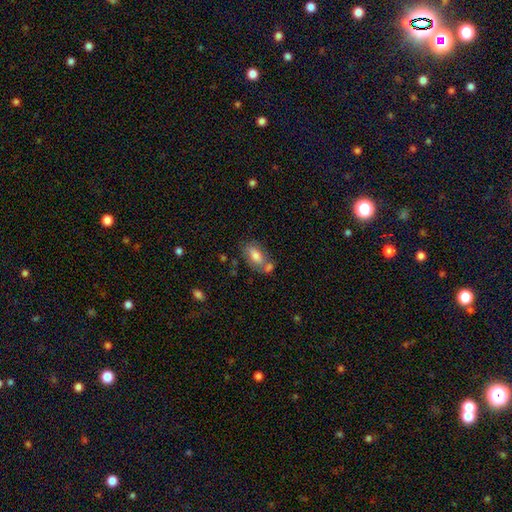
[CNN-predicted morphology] The model was most divided on "merging": none: 52%, merger: 26%, minor disturbance: 16%, major disturbance: 6%. More confident: how rounded — in between (89%); smooth or featured — smooth (73%).